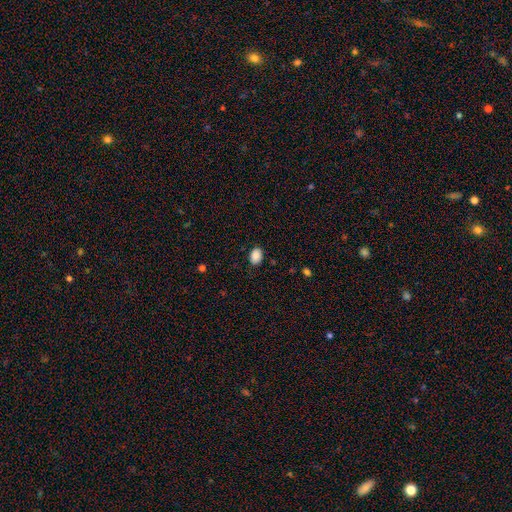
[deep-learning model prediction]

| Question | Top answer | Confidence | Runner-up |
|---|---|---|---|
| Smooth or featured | smooth | 89% | star or artifact (8%) |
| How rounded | in between | 75% | round (24%) |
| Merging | none | 85% | minor disturbance (11%) |